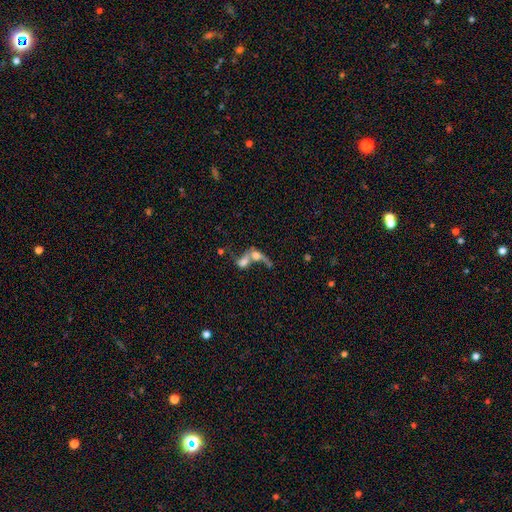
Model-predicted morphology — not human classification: Smooth or featured: smooth — 47% (featured or disk — 41%)
Merging: merger — 74% (major disturbance — 12%)